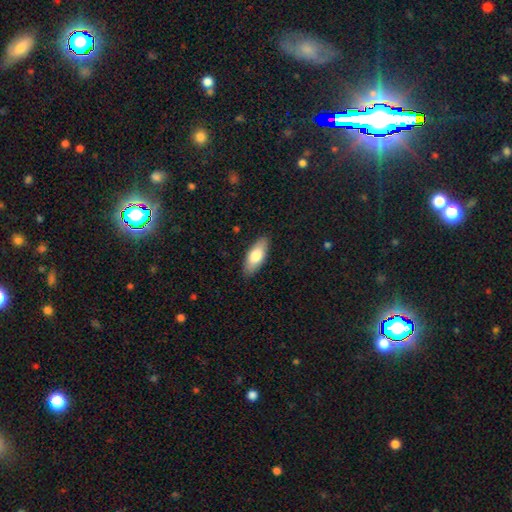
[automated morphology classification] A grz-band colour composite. It shows a smooth galaxy with no disk features (77%) that is in between round and cigar-shaped (80%). Merging: none (88%).